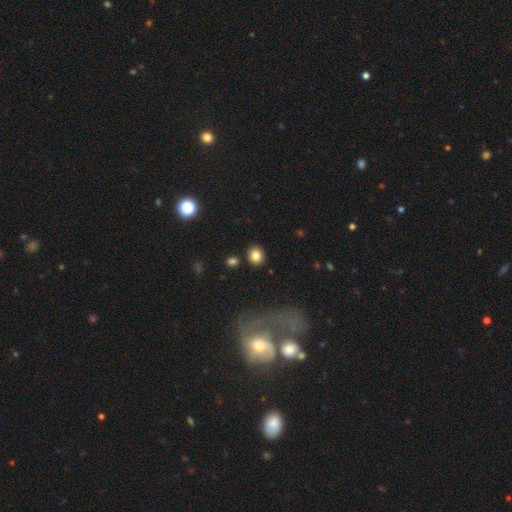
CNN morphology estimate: smooth_or_featured: smooth (p=0.83) [alt: star or artifact p=0.11]
how_rounded: round (p=0.78) [alt: in between p=0.21]
merging: none (p=0.86) [alt: minor disturbance p=0.08]